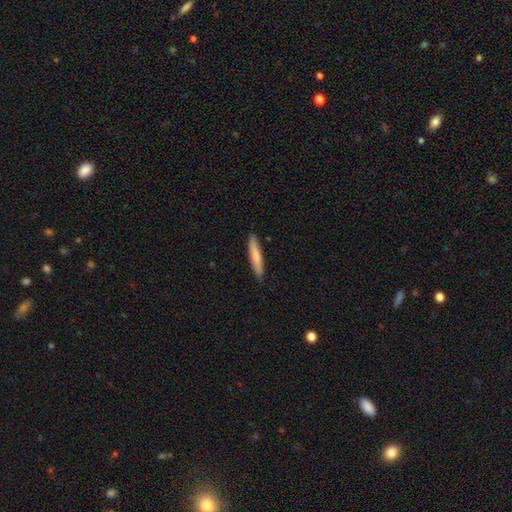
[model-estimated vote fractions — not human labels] smooth 73%, featured or disk 22%, star or artifact 5%. Down the decision tree: how rounded — cigar-shaped (91%); merging — none (89%).